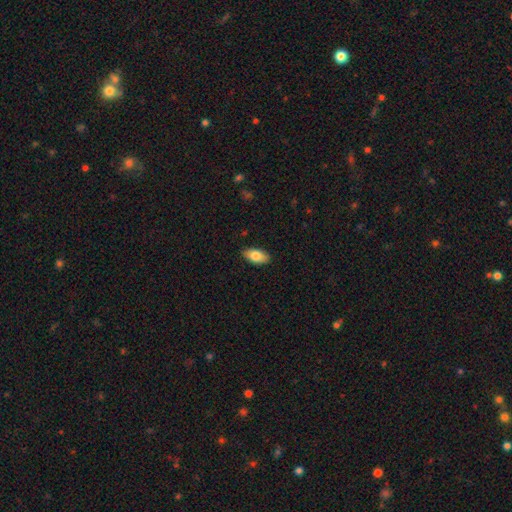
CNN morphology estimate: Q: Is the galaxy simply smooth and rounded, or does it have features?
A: smooth — 83%.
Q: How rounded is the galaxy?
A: in between — 92%.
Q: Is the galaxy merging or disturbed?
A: none — 88%.